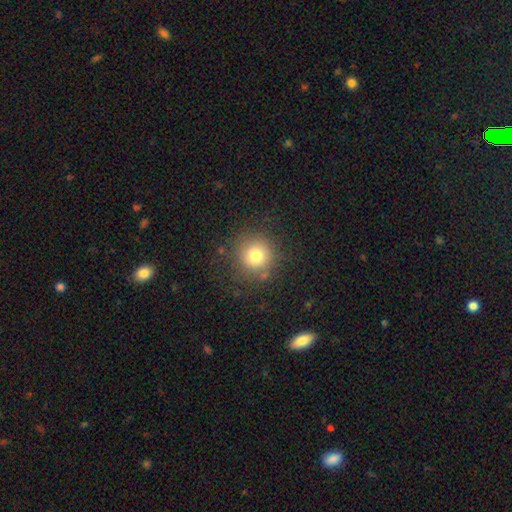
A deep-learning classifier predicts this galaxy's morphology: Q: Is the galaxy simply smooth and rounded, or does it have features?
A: smooth — 76%.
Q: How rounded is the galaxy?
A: round — 93%.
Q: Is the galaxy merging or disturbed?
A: none — 81%.